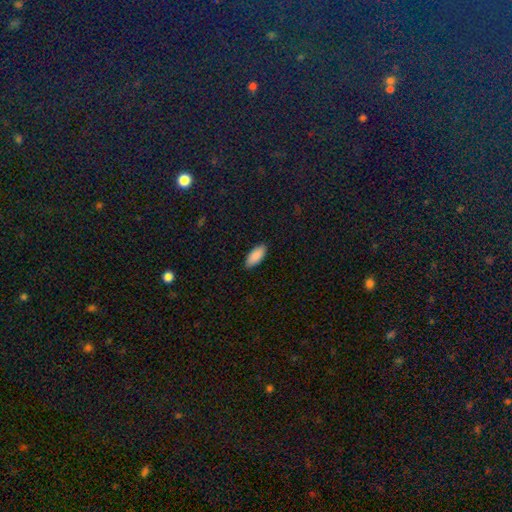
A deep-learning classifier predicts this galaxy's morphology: Q: Smooth or featured?
A: smooth (90%); runner-up: star or artifact (6%)
Q: How rounded?
A: in between (85%); runner-up: cigar-shaped (13%)
Q: Merging?
A: none (88%); runner-up: minor disturbance (9%)